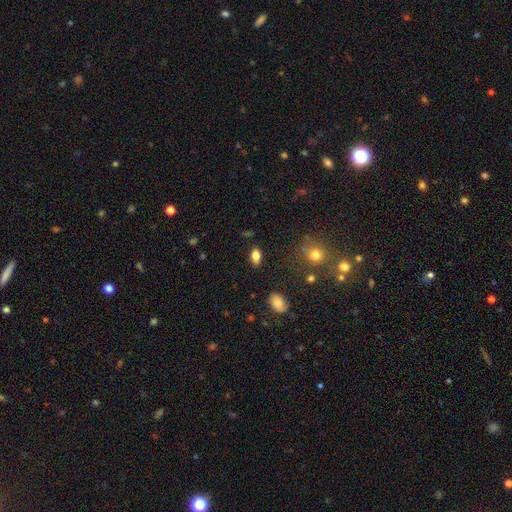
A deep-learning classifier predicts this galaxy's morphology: Smooth or featured: smooth — 79% (featured or disk — 11%)
How rounded: in between — 87% (round — 9%)
Merging: none — 84% (minor disturbance — 11%)